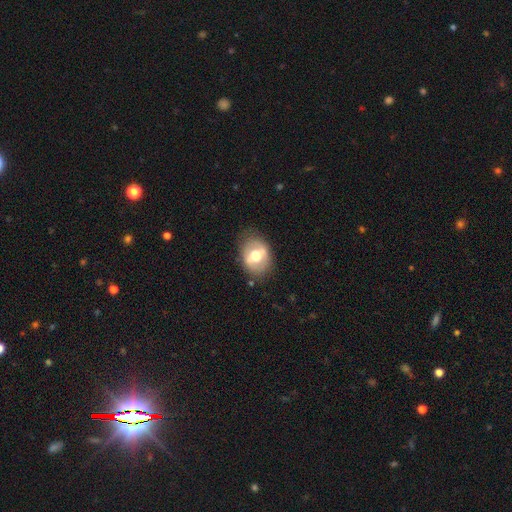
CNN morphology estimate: Smooth or featured: featured or disk — 52% (smooth — 41%)
Edge-on disk: no — 90% (yes — 10%)
Merging: none — 75% (minor disturbance — 16%)